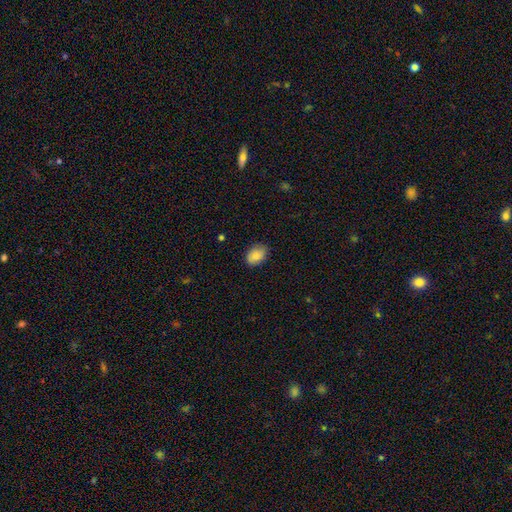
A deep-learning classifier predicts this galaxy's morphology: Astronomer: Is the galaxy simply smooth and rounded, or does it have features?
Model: smooth — 88%.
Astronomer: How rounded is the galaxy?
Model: in between — 81%.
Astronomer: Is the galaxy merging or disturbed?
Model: none — 83%.